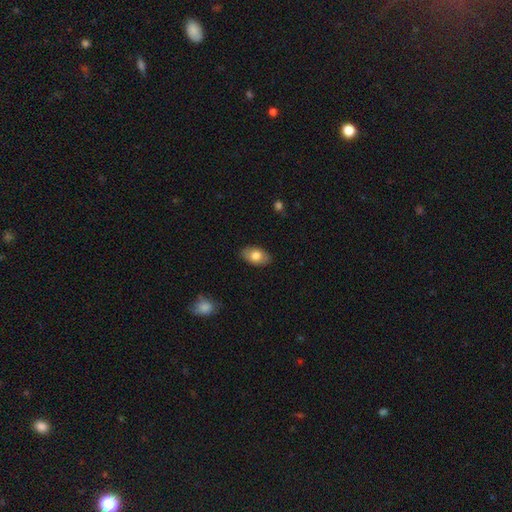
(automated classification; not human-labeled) Q: Smooth or featured?
A: smooth (78%); runner-up: featured or disk (15%)
Q: How rounded?
A: in between (91%); runner-up: round (8%)
Q: Merging?
A: none (85%); runner-up: minor disturbance (11%)